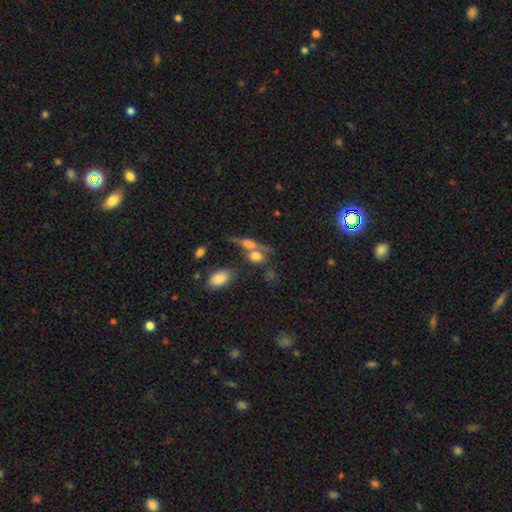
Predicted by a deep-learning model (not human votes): The model was most divided on "merging": merger: 40%, none: 39%, minor disturbance: 13%, major disturbance: 8%. More confident: smooth or featured — smooth (63%); how rounded — in between (57%).